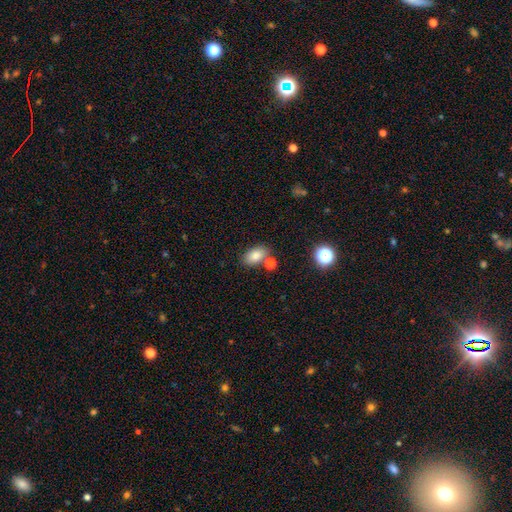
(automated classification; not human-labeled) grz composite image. It shows a smooth galaxy with no disk features (82%) that is in between round and cigar-shaped (88%). Merging: none (71%).